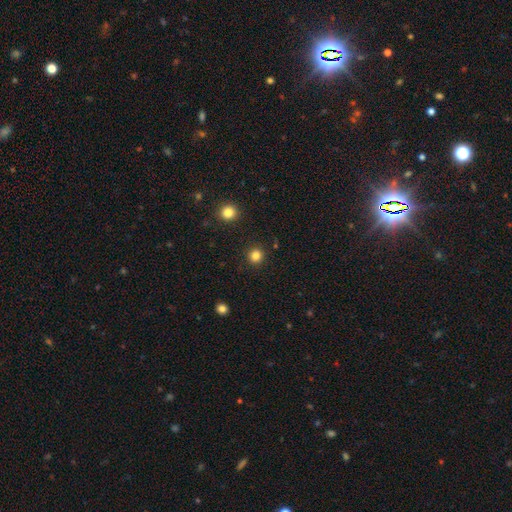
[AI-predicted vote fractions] Overall: smooth (83%). How rounded: round (94%). Merging: none (91%).